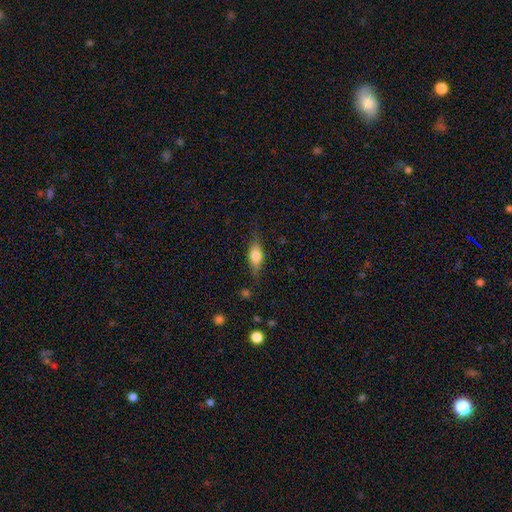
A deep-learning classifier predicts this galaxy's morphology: Smooth or featured?
  - smooth: 70% *
  - featured or disk: 23%
  - star or artifact: 7%
How rounded?
  - in between: 75% *
  - cigar-shaped: 21%
  - round: 5%
Merging?
  - none: 74% *
  - minor disturbance: 19%
  - major disturbance: 5%
  - merger: 2%